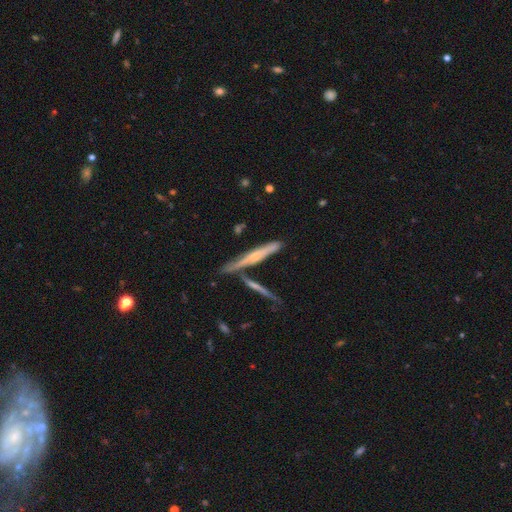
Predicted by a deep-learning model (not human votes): smooth-or-featured: featured or disk: 63% | smooth: 30% | star or artifact: 7%
  disk-edge-on: yes: 92% | no: 8%
    edge-on-bulge: rounded: 60% | none: 33% | boxy: 7%
  merging: none: 64% | merger: 17% | minor disturbance: 15% | major disturbance: 5%